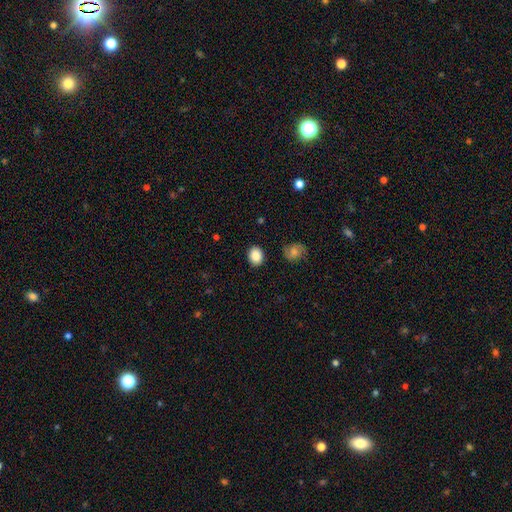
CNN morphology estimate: smooth 87%, star or artifact 8%, featured or disk 5%. Down the decision tree: how rounded — in between (54%); merging — none (85%).